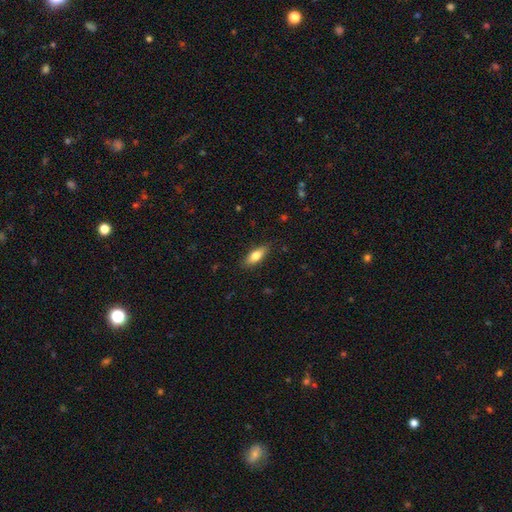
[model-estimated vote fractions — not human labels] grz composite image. It shows a smooth galaxy with no disk features (73%) that is in between round and cigar-shaped (69%). Merging: none (86%).